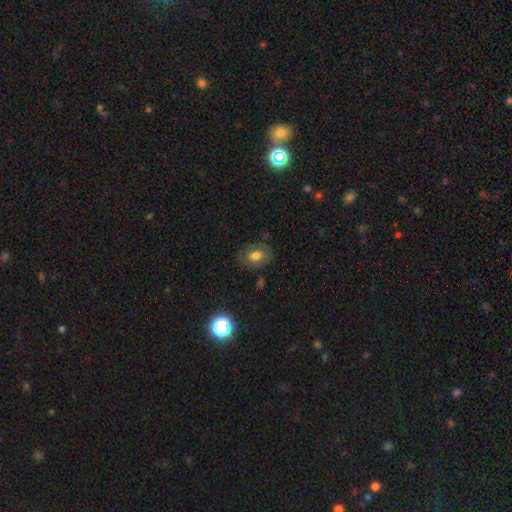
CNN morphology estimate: Overall: smooth (58%; featured or disk 31%). How rounded: in between (69%; round 30%). Merging: none (78%).